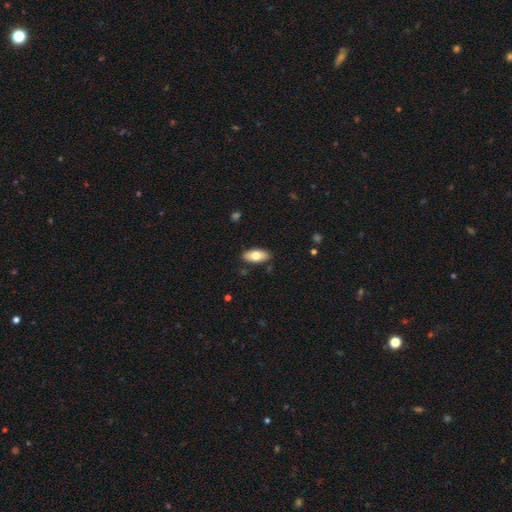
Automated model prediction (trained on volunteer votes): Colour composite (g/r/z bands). It shows a smooth galaxy with no disk features (72%) that is in between round and cigar-shaped (88%). Merging: none (87%).